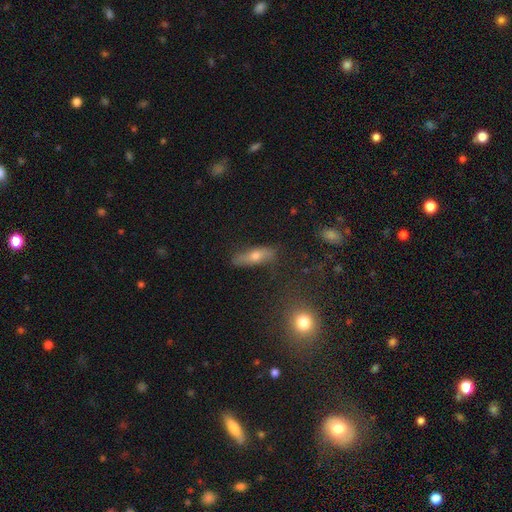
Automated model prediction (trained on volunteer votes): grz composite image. It shows a smooth galaxy with no disk features (49%). Merging: none (77%).